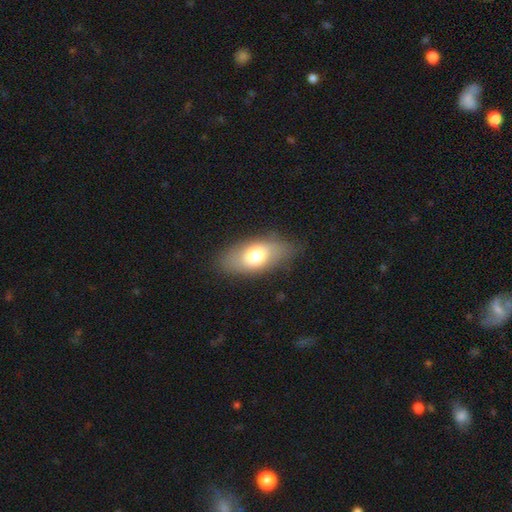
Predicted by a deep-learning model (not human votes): smooth 70%, featured or disk 22%, star or artifact 8%. Down the decision tree: how rounded — in between (88%); merging — none (78%).